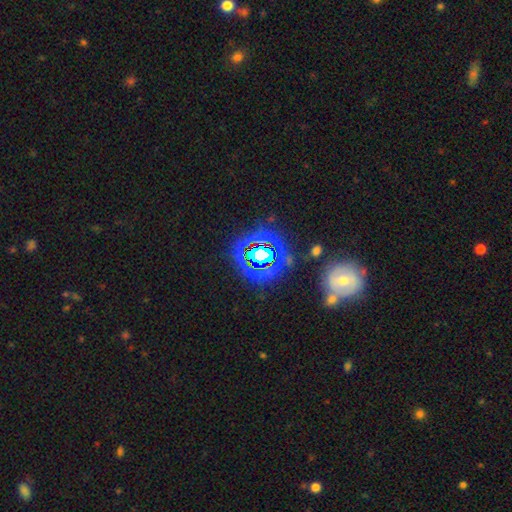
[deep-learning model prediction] Overall: star or artifact (72%).